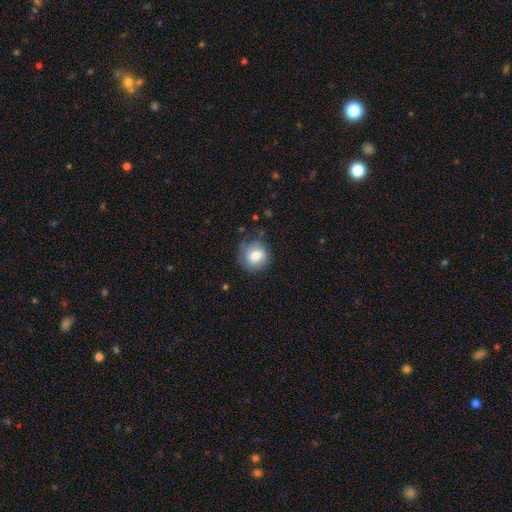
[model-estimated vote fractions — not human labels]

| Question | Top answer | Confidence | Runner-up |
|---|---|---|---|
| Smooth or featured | smooth | 81% | featured or disk (11%) |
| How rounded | round | 84% | in between (15%) |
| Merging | none | 70% | minor disturbance (21%) |